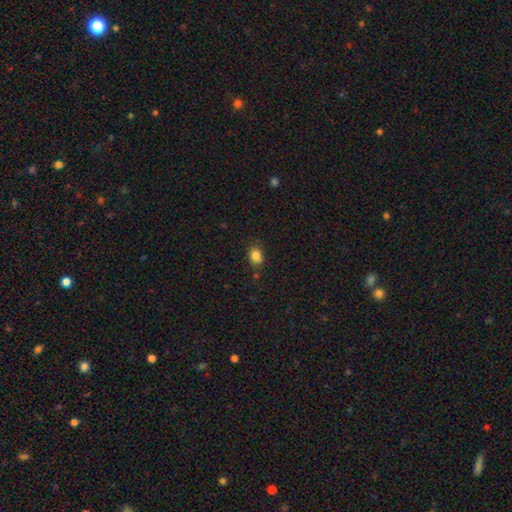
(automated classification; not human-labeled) Overall: smooth (86%). How rounded: in between (62%; round 37%). Merging: none (82%).